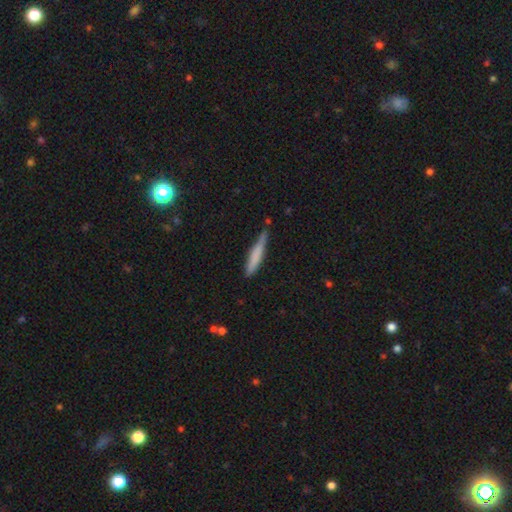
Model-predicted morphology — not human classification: Smooth or featured?
  - smooth: 70% *
  - featured or disk: 24%
  - star or artifact: 6%
How rounded?
  - cigar-shaped: 92% *
  - in between: 7%
  - round: 1%
Merging?
  - none: 66% *
  - minor disturbance: 26%
  - major disturbance: 4%
  - merger: 3%